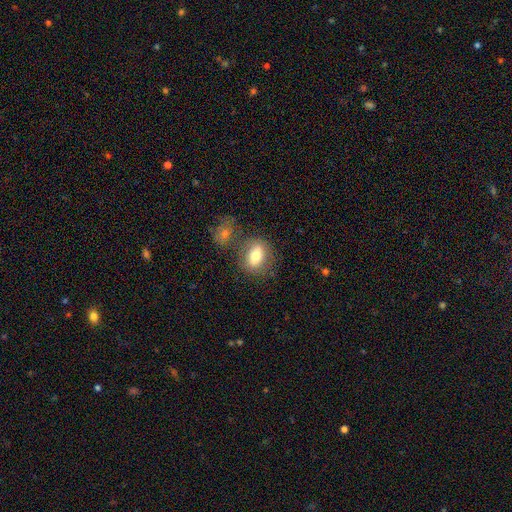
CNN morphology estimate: Q: Smooth or featured?
A: smooth (73%); runner-up: featured or disk (19%)
Q: How rounded?
A: in between (70%); runner-up: round (26%)
Q: Merging?
A: none (67%); runner-up: merger (16%)